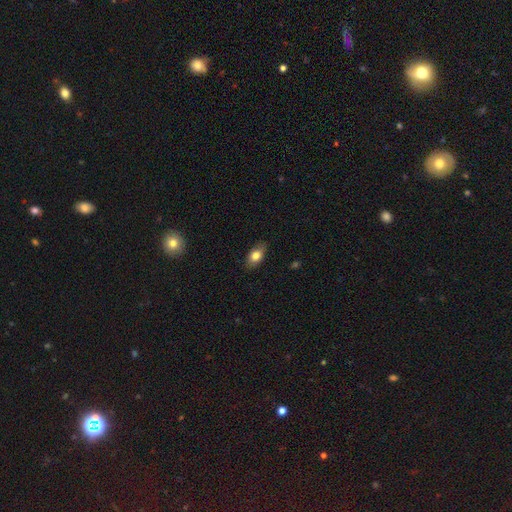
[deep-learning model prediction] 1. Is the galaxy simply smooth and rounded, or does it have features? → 76% smooth, 17% featured or disk, 7% star or artifact.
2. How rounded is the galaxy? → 88% in between, 7% round, 5% cigar-shaped.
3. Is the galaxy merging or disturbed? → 82% none, 14% minor disturbance, 3% major disturbance, 1% merger.